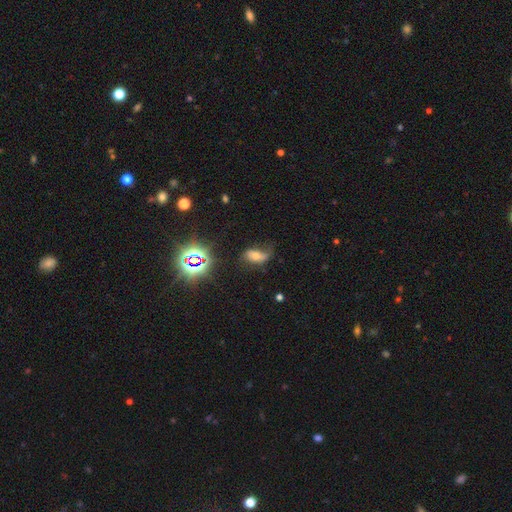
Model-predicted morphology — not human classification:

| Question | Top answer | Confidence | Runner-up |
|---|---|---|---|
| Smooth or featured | featured or disk | 44% | smooth (34%) |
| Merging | none | 48% | minor disturbance (28%) |